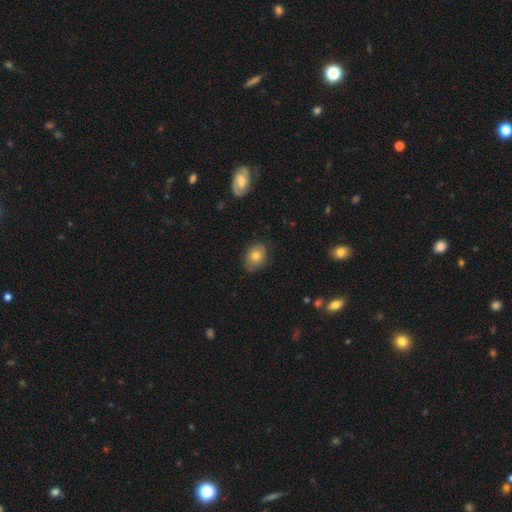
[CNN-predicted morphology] Overall: smooth (75%). How rounded: in between (67%; round 32%). Merging: none (78%).